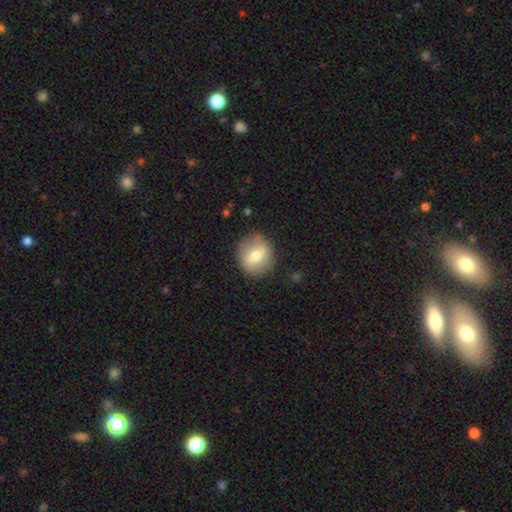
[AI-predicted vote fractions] Q: Smooth or featured?
A: smooth (57%); runner-up: featured or disk (36%)
Q: How rounded?
A: round (78%); runner-up: in between (20%)
Q: Merging?
A: none (84%); runner-up: minor disturbance (11%)